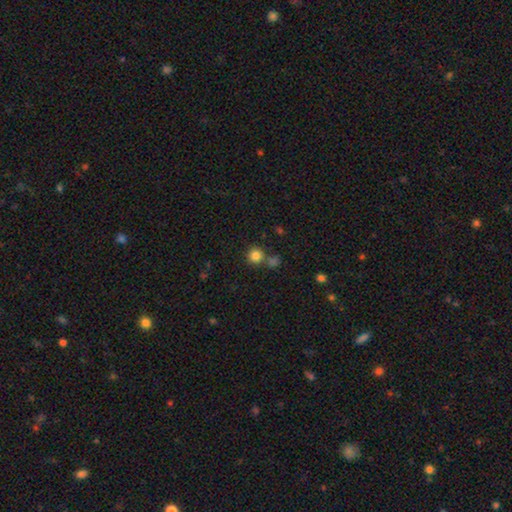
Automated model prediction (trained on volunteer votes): smooth-or-featured: smooth: 82% | star or artifact: 12% | featured or disk: 5%
  how-rounded: round: 93% | in between: 6% | cigar-shaped: 1%
  merging: none: 70% | merger: 19% | minor disturbance: 8% | major disturbance: 3%